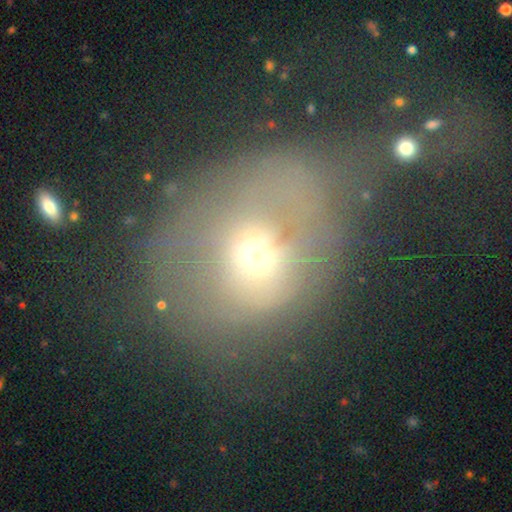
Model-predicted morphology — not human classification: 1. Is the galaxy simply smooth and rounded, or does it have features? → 50% smooth, 34% featured or disk, 16% star or artifact.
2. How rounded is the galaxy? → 65% round, 34% in between, 1% cigar-shaped.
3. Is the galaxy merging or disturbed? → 47% major disturbance, 24% none, 19% minor disturbance, 11% merger.